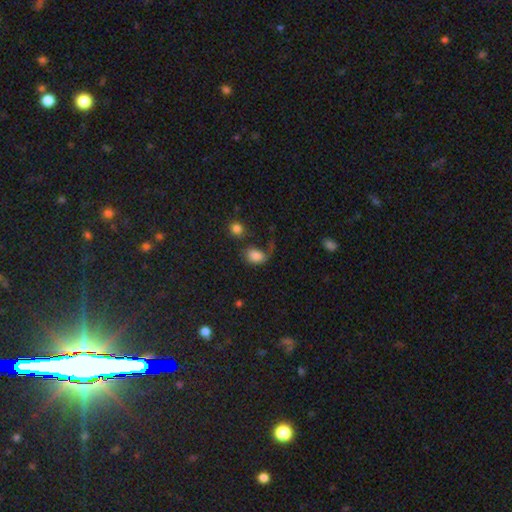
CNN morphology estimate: Smooth or featured?
  - smooth: 78% *
  - featured or disk: 11%
  - star or artifact: 11%
How rounded?
  - in between: 74% *
  - round: 25%
  - cigar-shaped: 2%
Merging?
  - none: 35% *
  - major disturbance: 30%
  - minor disturbance: 21%
  - merger: 14%